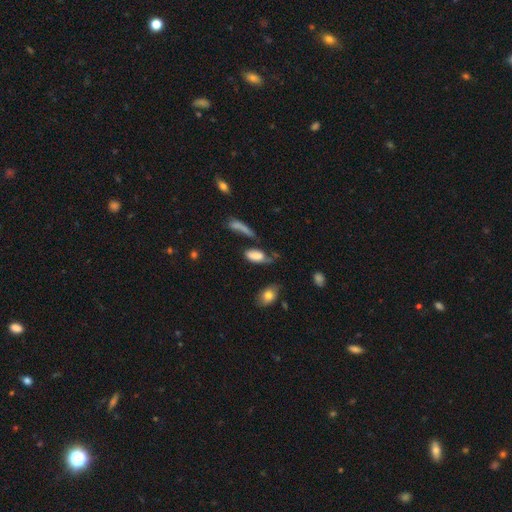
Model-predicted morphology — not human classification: A smooth galaxy with no disk features (69%) that is in between round and cigar-shaped (84%).

Vote fractions:
- Smooth or featured? smooth: 69% / featured or disk: 20% / star or artifact: 11%
- How rounded? in between: 84% / cigar-shaped: 11% / round: 5%
- Merging? none: 35% / major disturbance: 24% / minor disturbance: 23% / merger: 17%